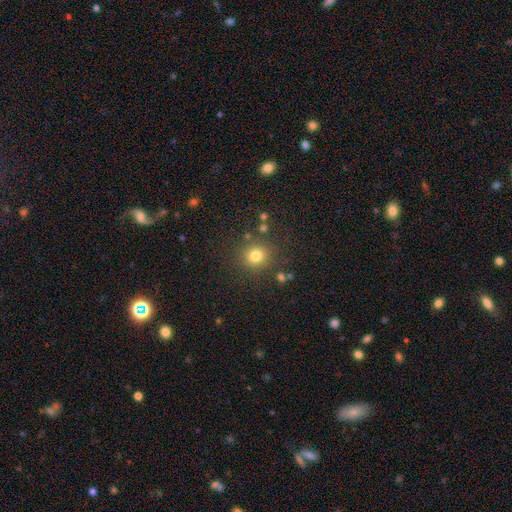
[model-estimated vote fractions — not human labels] smooth_or_featured: smooth (p=0.78) [alt: star or artifact p=0.16]
how_rounded: round (p=0.90) [alt: in between p=0.09]
merging: none (p=0.84) [alt: minor disturbance p=0.08]